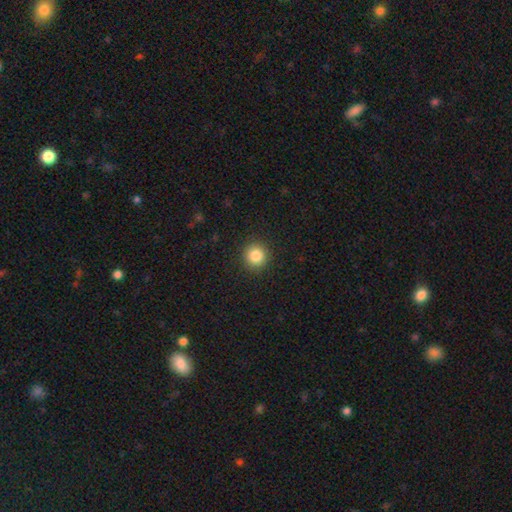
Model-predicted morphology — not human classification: A smooth galaxy with no disk features (85%) that is round (93%). Merging: none (91%).